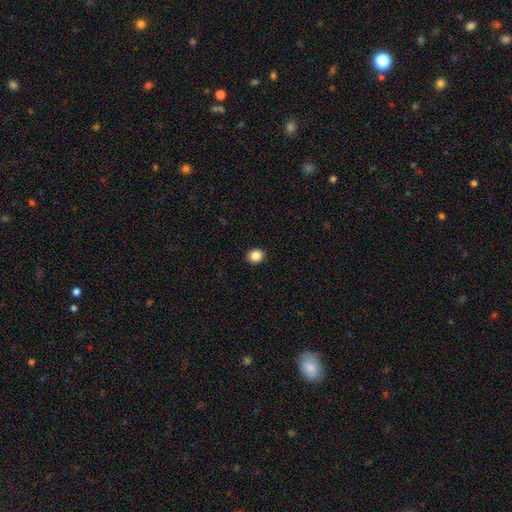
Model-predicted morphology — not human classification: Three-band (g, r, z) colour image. It shows a smooth galaxy with no disk features (86%) that is round (70%). Merging: none (92%).